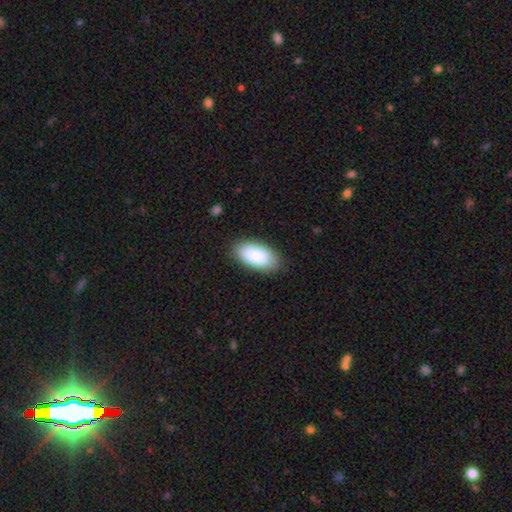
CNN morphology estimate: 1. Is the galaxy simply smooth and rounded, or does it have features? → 86% smooth, 8% featured or disk, 6% star or artifact.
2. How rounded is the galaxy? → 95% in between, 3% cigar-shaped, 3% round.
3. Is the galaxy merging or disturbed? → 84% none, 12% minor disturbance, 3% major disturbance, 1% merger.